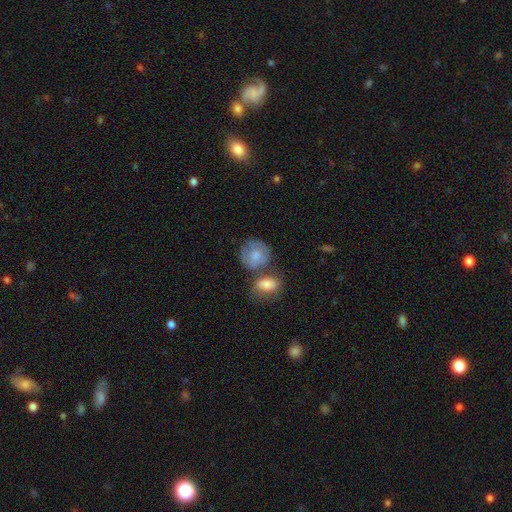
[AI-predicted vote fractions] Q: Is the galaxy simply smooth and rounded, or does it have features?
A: smooth — 74%.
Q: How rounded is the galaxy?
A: round — 77%.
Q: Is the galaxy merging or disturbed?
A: none — 42%.